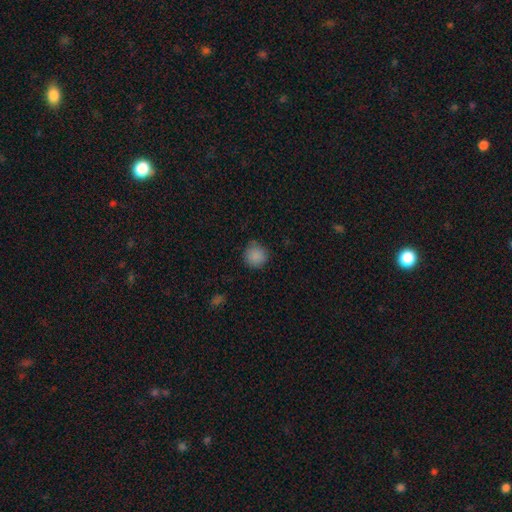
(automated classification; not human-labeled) smooth 87%, star or artifact 10%, featured or disk 3%. Down the decision tree: how rounded — round (93%); merging — none (81%).